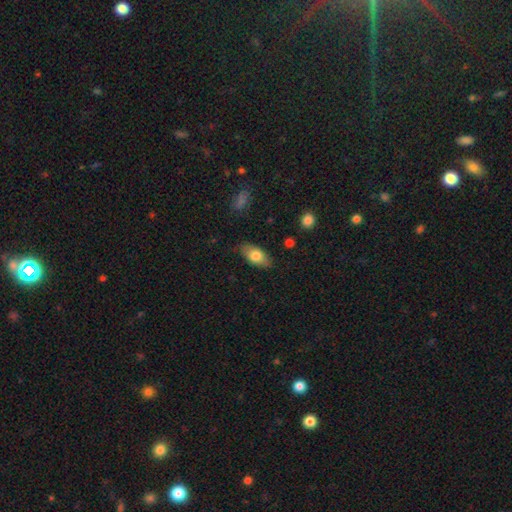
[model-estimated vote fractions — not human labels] This appears to be a smooth galaxy with no disk features (75%) that is in between round and cigar-shaped (89%). Merging: none (77%).